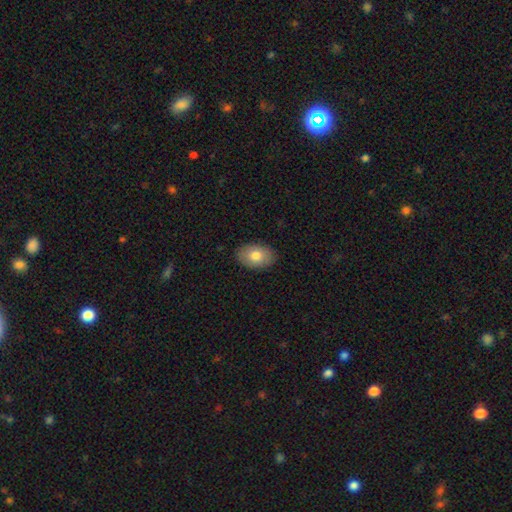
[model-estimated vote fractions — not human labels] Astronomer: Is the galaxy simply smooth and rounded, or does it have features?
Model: smooth — 79%.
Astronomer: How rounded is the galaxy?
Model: in between — 85%.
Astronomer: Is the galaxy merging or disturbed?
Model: none — 88%.